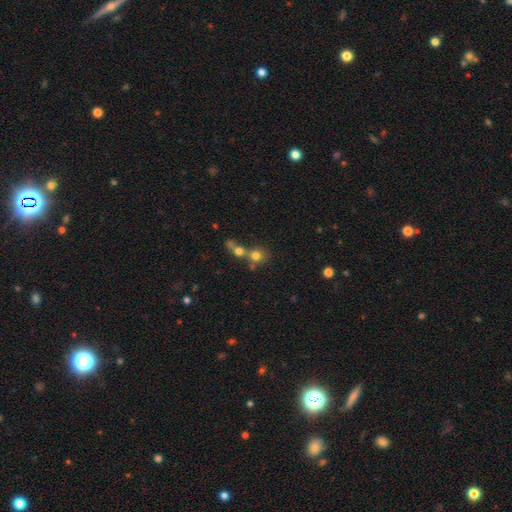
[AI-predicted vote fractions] This appears to be a smooth galaxy with no disk features (69%) that is round (81%). Merging: merger (54%).